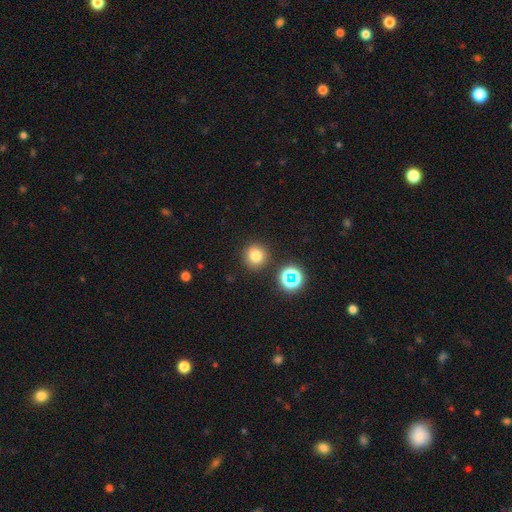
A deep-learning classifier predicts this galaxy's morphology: Smooth or featured?
  - smooth: 75% *
  - star or artifact: 17%
  - featured or disk: 8%
How rounded?
  - round: 93% *
  - in between: 6%
  - cigar-shaped: 1%
Merging?
  - none: 86% *
  - minor disturbance: 7%
  - merger: 4%
  - major disturbance: 3%